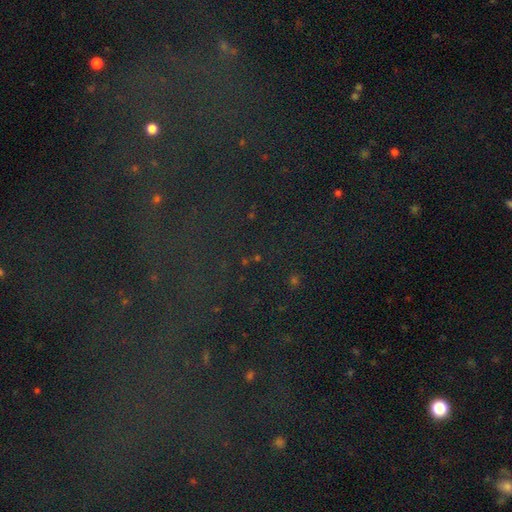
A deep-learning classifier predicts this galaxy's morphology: type=star or artifact (79%).